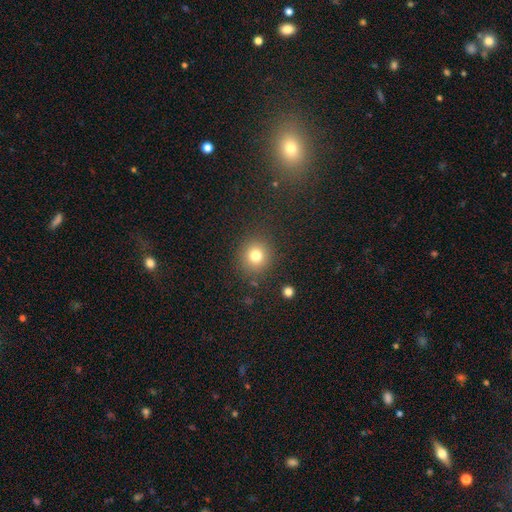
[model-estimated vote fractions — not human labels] This is likely a smooth galaxy (79%). How rounded: clearly round (90%). Merging: clearly none (87%).